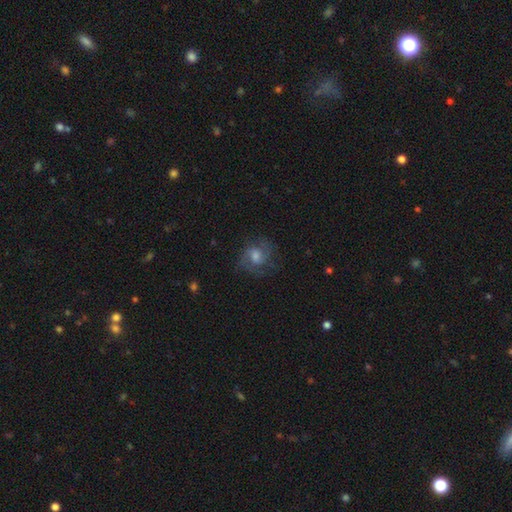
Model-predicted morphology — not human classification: A featured or disk galaxy (62%) with no bar (49%), 2 (50%) medium (50%) spiral arms (90%) and a moderate central bulge (46%).

Vote fractions:
- Smooth or featured? featured or disk: 62% / smooth: 25% / star or artifact: 13%
- Edge-on disk? no: 97% / yes: 3%
- Bar? no: 49% / weak: 43% / strong: 8%
- Spiral arms? yes: 90% / no: 10%
- Spiral winding? medium: 50% / tight: 31% / loose: 19%
- Spiral arm count? 2: 50% / can't tell: 23% / 3: 15% / 1: 5% / 4: 4% / more than 4: 3%
- Bulge size? moderate: 46% / large: 22% / small: 19% / none: 10% / dominant: 2%
- Merging? none: 70% / minor disturbance: 17% / major disturbance: 12% / merger: 1%